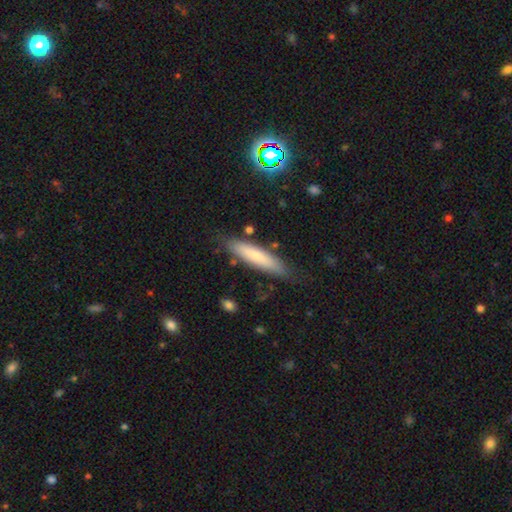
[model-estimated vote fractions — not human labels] Smooth or featured? smooth (68%)
How rounded? cigar-shaped (83%)
Merging? none (80%)